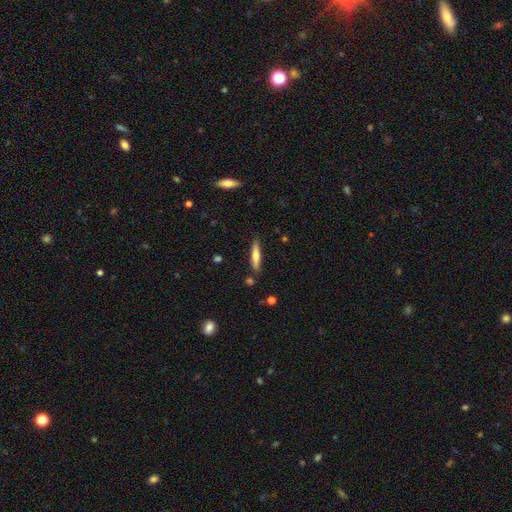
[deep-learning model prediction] smooth-or-featured: smooth: 61% | featured or disk: 32% | star or artifact: 6%
  how-rounded: cigar-shaped: 84% | in between: 14% | round: 1%
  merging: none: 84% | minor disturbance: 11% | merger: 3% | major disturbance: 2%